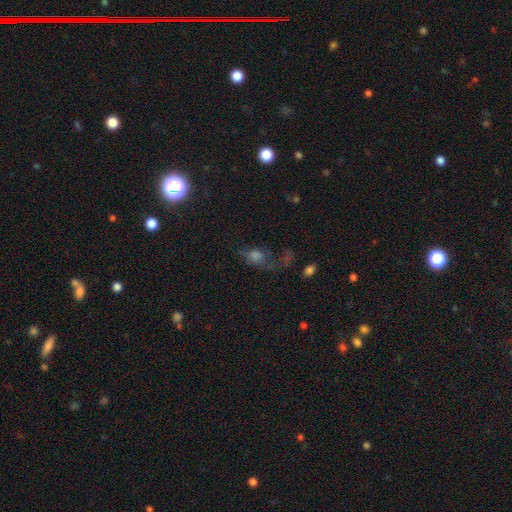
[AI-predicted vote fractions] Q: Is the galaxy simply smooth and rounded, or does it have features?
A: smooth — 46%.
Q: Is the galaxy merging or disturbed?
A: major disturbance — 42%.